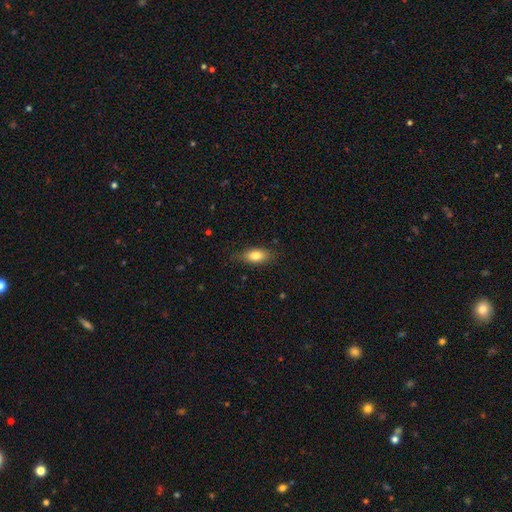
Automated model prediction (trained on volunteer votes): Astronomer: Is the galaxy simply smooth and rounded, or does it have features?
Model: smooth — 80%.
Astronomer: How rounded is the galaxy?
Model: in between — 85%.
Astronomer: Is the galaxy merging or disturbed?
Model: none — 78%.